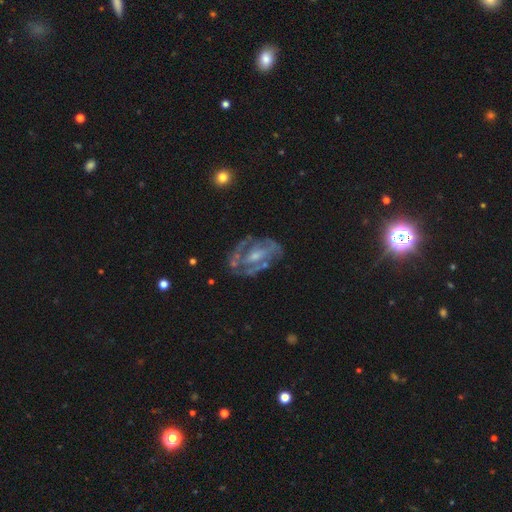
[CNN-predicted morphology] Q: Smooth or featured?
A: featured or disk (78%); runner-up: smooth (13%)
Q: Edge-on disk?
A: no (95%); runner-up: yes (5%)
Q: Bar?
A: no (40%); tied with: weak (40%)
Q: Spiral arms?
A: yes (72%); runner-up: no (28%)
Q: Spiral winding?
A: tight (44%); runner-up: medium (41%)
Q: Spiral arm count?
A: 2 (40%); runner-up: can't tell (36%)
Q: Bulge size?
A: small (45%); runner-up: moderate (41%)
Q: Merging?
A: none (61%); runner-up: minor disturbance (20%)